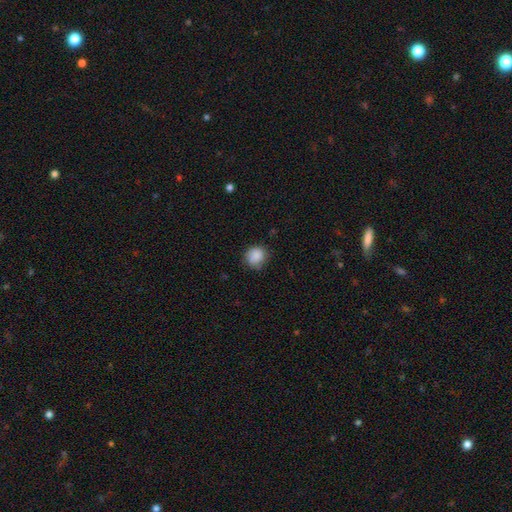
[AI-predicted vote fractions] This is clearly a smooth galaxy (87%). How rounded: clearly round (80%). Merging: likely none (76%).